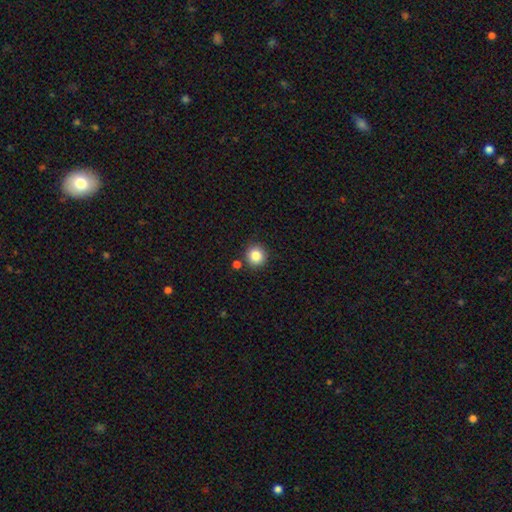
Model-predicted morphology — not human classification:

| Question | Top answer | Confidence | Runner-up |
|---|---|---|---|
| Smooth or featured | smooth | 85% | star or artifact (10%) |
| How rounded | round | 93% | in between (6%) |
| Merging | none | 86% | minor disturbance (7%) |